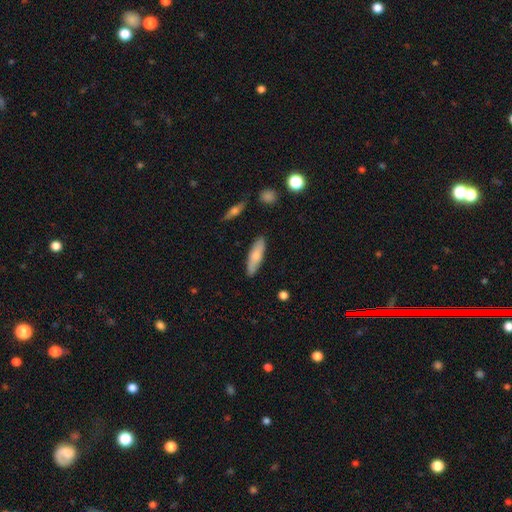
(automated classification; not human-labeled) smooth-or-featured: smooth: 73% | featured or disk: 22% | star or artifact: 6%
  how-rounded: cigar-shaped: 62% | in between: 36% | round: 2%
  merging: none: 86% | minor disturbance: 10% | major disturbance: 2% | merger: 2%